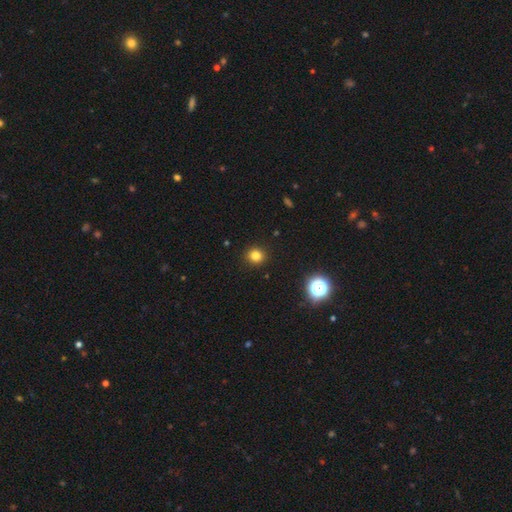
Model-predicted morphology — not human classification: type=smooth (80%); roundness=round (87%); merging=none (92%).